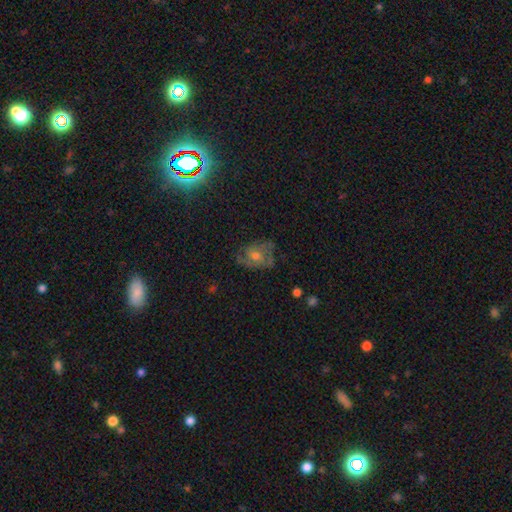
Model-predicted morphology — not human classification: type=featured or disk (60%); edge-on=no (96%); bar=no (68%); spiral arms=yes (80%); bulge=moderate (56%); merging=none (64%).